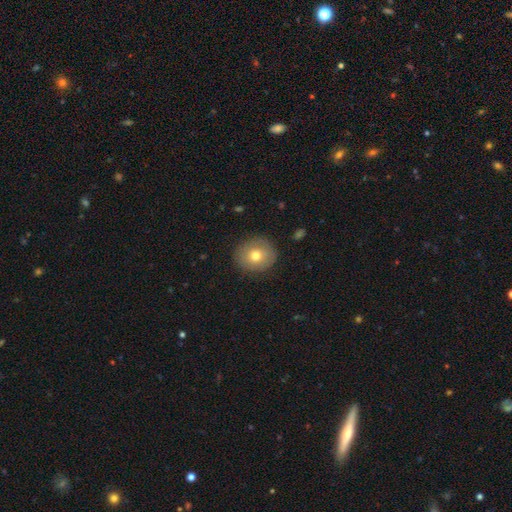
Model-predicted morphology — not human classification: Smooth or featured?
  - smooth: 70% *
  - featured or disk: 21%
  - star or artifact: 9%
How rounded?
  - round: 86% *
  - in between: 13%
  - cigar-shaped: 1%
Merging?
  - none: 86% *
  - minor disturbance: 10%
  - major disturbance: 3%
  - merger: 1%